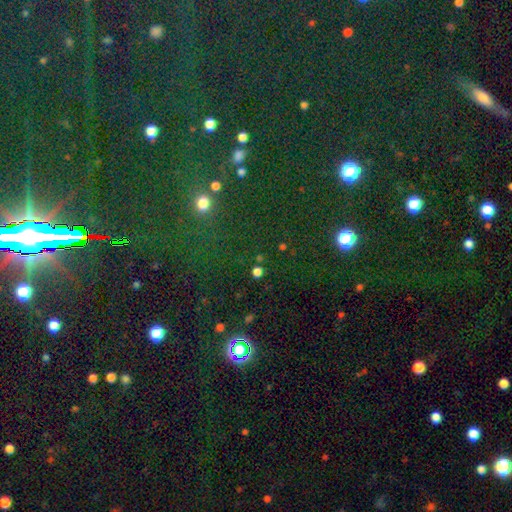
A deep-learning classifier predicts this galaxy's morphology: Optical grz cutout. It shows a star or artifact, not a galaxy (74%).